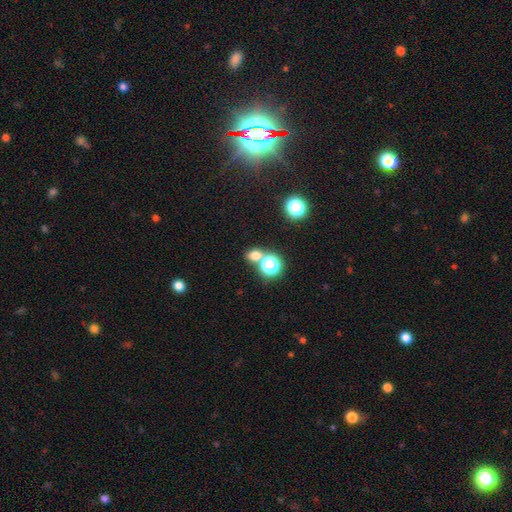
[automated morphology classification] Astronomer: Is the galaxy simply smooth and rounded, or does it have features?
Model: smooth — 67%.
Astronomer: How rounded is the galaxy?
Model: round — 58% (runner-up: in between, 40%).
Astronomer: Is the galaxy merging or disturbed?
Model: none — 61%.